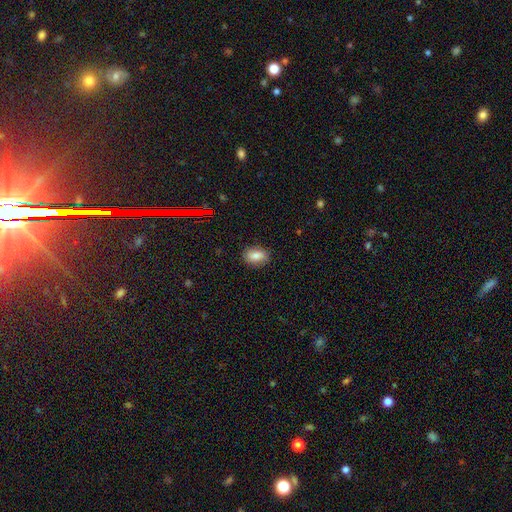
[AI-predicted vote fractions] A smooth galaxy with no disk features (79%) that is in between round and cigar-shaped (78%).

Vote fractions:
- Smooth or featured? smooth: 79% / featured or disk: 10% / star or artifact: 10%
- How rounded? in between: 78% / round: 20% / cigar-shaped: 2%
- Merging? none: 86% / minor disturbance: 11% / major disturbance: 2% / merger: 1%